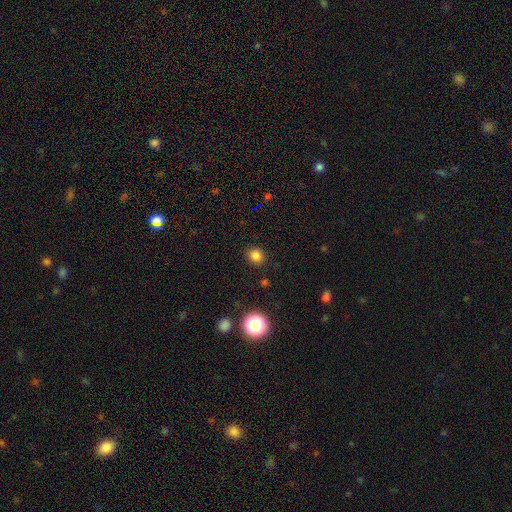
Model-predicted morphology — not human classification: This appears to be a smooth galaxy with no disk features (82%) that is round (85%). Merging: none (89%).